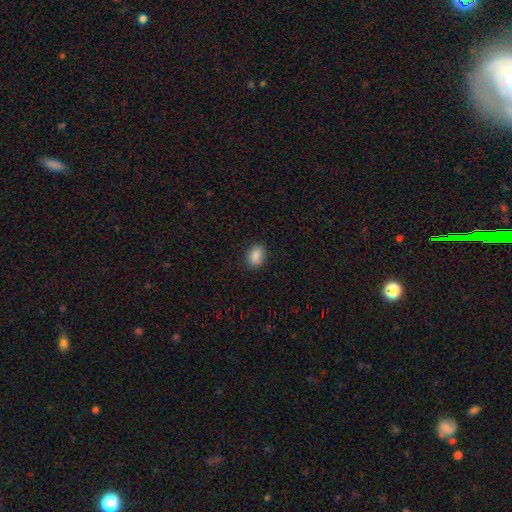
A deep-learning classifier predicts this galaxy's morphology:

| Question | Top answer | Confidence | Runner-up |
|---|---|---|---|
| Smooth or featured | smooth | 88% | star or artifact (8%) |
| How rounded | in between | 77% | round (22%) |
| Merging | none | 84% | minor disturbance (12%) |